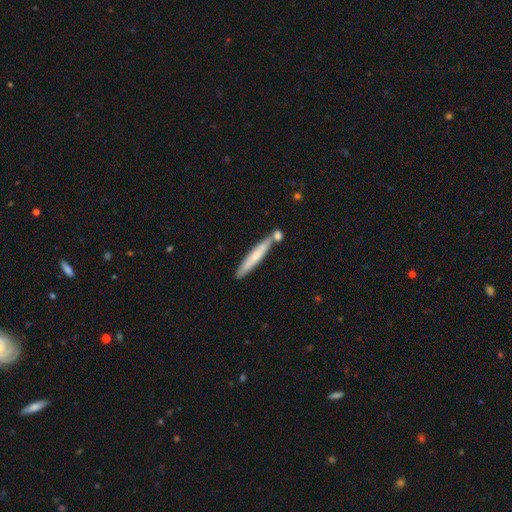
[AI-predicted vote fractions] This appears to be a smooth galaxy with no disk features (62%) that is cigar-shaped (94%). Merging: none (69%).